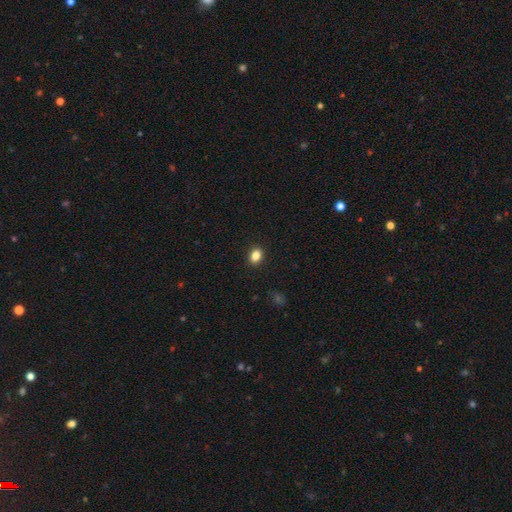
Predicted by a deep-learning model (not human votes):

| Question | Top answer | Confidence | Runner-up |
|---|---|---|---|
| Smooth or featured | smooth | 85% | star or artifact (11%) |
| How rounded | in between | 60% | round (39%) |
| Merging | none | 90% | minor disturbance (7%) |